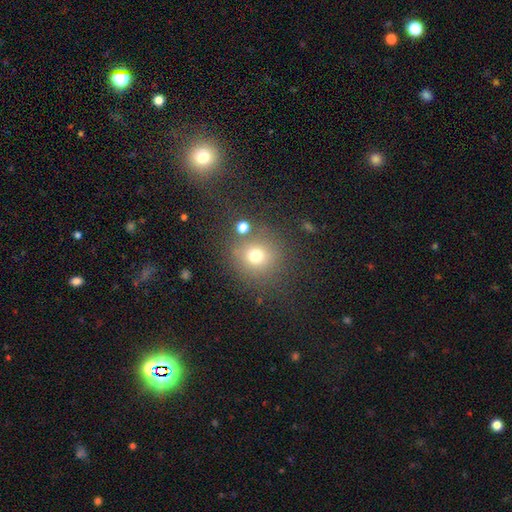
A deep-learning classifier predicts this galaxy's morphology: Smooth or featured? smooth (71%)
How rounded? round (89%)
Merging? none (77%)